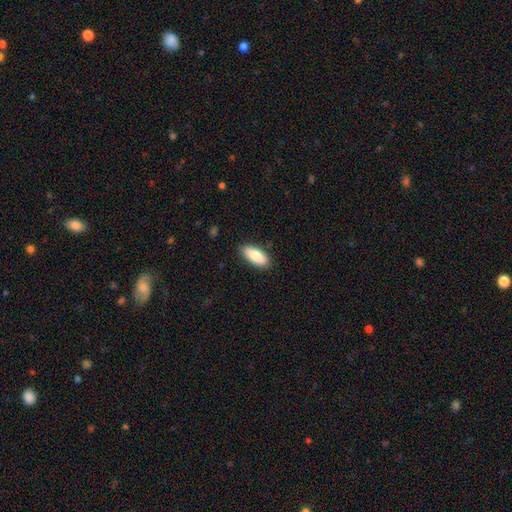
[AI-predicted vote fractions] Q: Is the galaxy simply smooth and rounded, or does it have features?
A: smooth — 82%.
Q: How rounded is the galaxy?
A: in between — 82%.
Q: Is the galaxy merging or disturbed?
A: none — 87%.